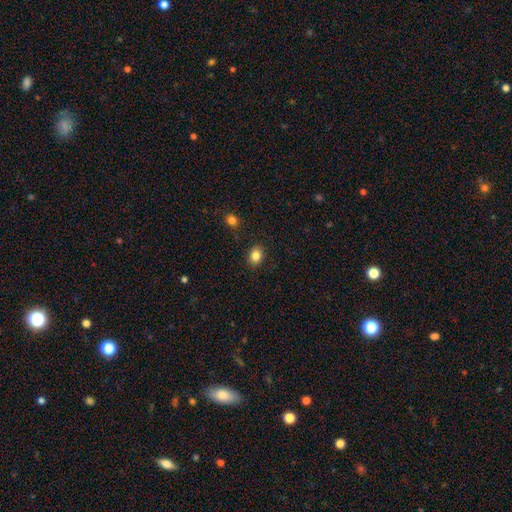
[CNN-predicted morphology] smooth-or-featured: smooth: 84% | star or artifact: 10% | featured or disk: 6%
  how-rounded: round: 51% | in between: 48% | cigar-shaped: 1%
  merging: none: 88% | minor disturbance: 8% | major disturbance: 2% | merger: 2%